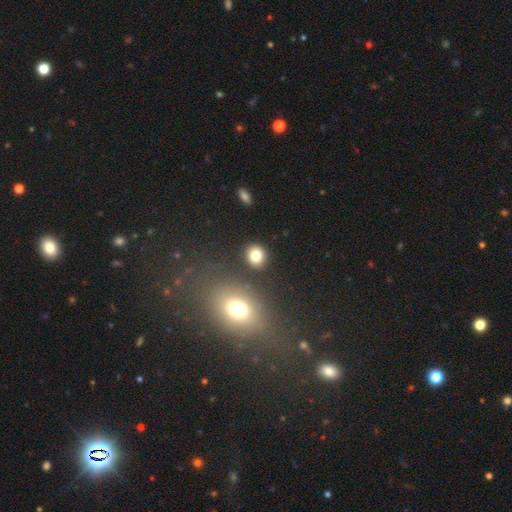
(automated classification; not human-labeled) Smooth or featured: smooth — 81% (star or artifact — 12%)
How rounded: round — 71% (in between — 28%)
Merging: none — 85% (minor disturbance — 7%)